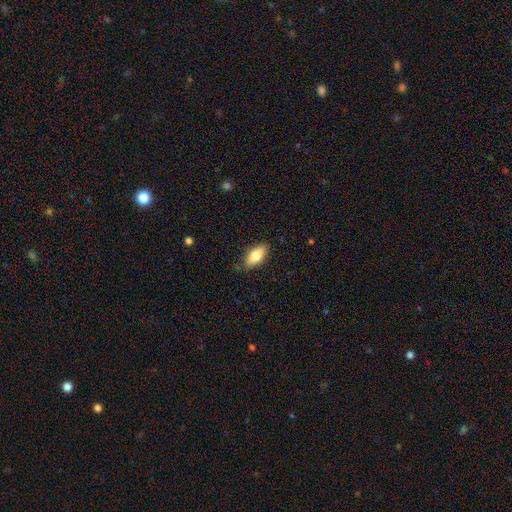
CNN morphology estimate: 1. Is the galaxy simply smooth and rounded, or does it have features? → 74% smooth, 19% featured or disk, 7% star or artifact.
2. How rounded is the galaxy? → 85% in between, 12% cigar-shaped, 3% round.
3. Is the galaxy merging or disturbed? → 82% none, 14% minor disturbance, 3% major disturbance, 1% merger.